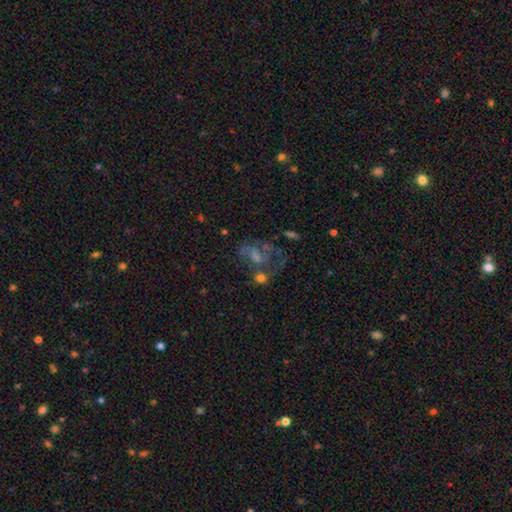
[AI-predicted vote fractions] Smooth or featured?
  - featured or disk: 56% *
  - star or artifact: 22%
  - smooth: 21%
Edge-on disk?
  - no: 97% *
  - yes: 3%
Bar?
  - no: 60% *
  - weak: 32%
  - strong: 8%
Spiral arms?
  - yes: 62% *
  - no: 38%
Bulge size?
  - small: 36% *
  - moderate: 32%
  - none: 24%
  - large: 6%
  - dominant: 2%
Merging?
  - none: 35% *
  - major disturbance: 31%
  - merger: 18%
  - minor disturbance: 16%